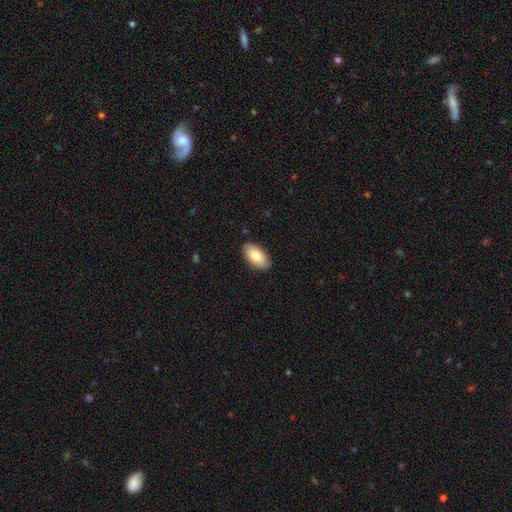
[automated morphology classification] Smooth or featured: smooth — 81% (featured or disk — 13%)
How rounded: in between — 95% (cigar-shaped — 3%)
Merging: none — 87% (minor disturbance — 10%)